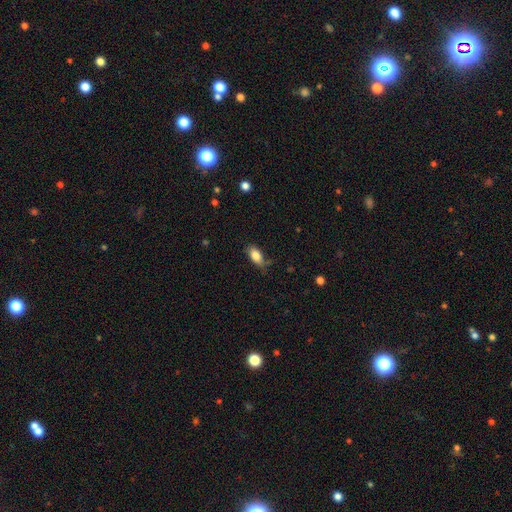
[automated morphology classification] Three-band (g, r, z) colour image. It shows a smooth galaxy with no disk features (83%) that is in between round and cigar-shaped (87%). Merging: none (71%).